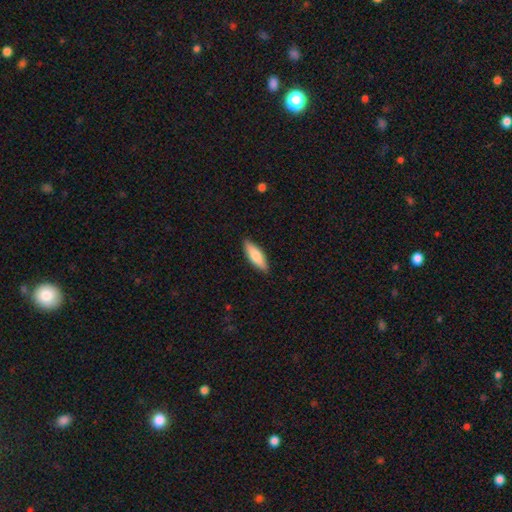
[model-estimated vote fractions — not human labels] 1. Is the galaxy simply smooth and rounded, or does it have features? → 74% smooth, 21% featured or disk, 5% star or artifact.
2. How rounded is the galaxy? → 51% in between, 47% cigar-shaped, 2% round.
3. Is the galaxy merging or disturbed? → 89% none, 8% minor disturbance, 2% major disturbance, 1% merger.